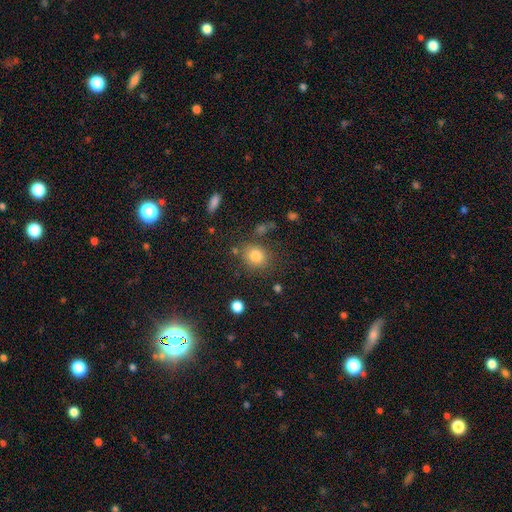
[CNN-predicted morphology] Smooth or featured?
  - smooth: 81% *
  - star or artifact: 11%
  - featured or disk: 8%
How rounded?
  - round: 65% *
  - in between: 34%
  - cigar-shaped: 1%
Merging?
  - none: 76% *
  - minor disturbance: 13%
  - merger: 6%
  - major disturbance: 5%